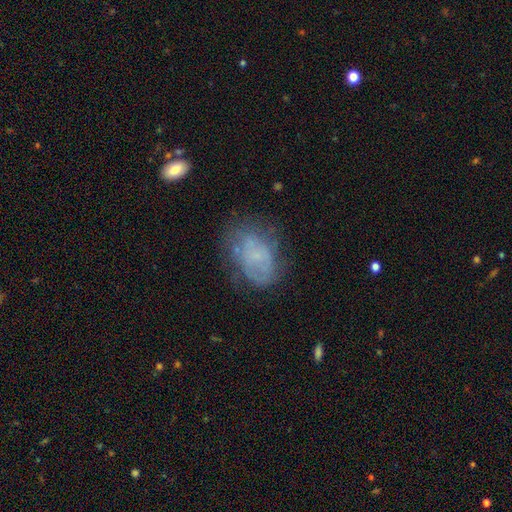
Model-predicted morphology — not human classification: Smooth or featured: smooth — 46% (featured or disk — 43%)
Merging: none — 51% (minor disturbance — 26%)